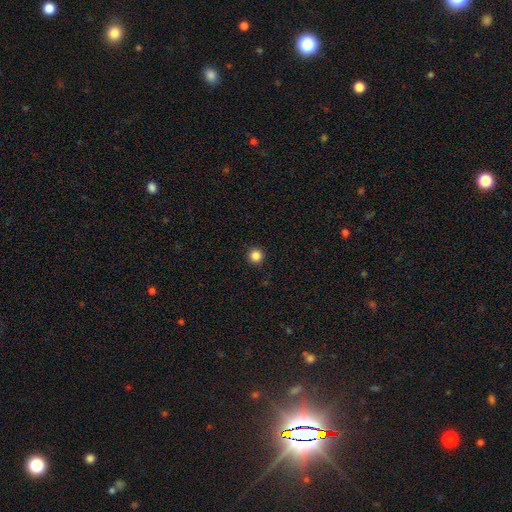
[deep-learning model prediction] Smooth or featured? Predicted: smooth (p=0.85). How rounded? Predicted: round (p=0.96). Merging? Predicted: none (p=0.93).